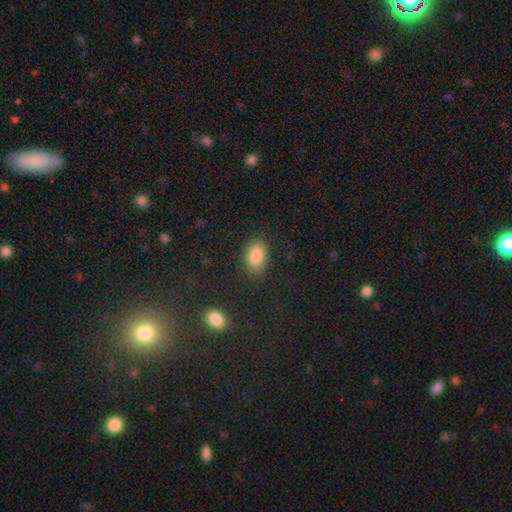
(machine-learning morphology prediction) This is clearly a smooth galaxy (84%). How rounded: clearly in between (87%). Merging: clearly none (82%).